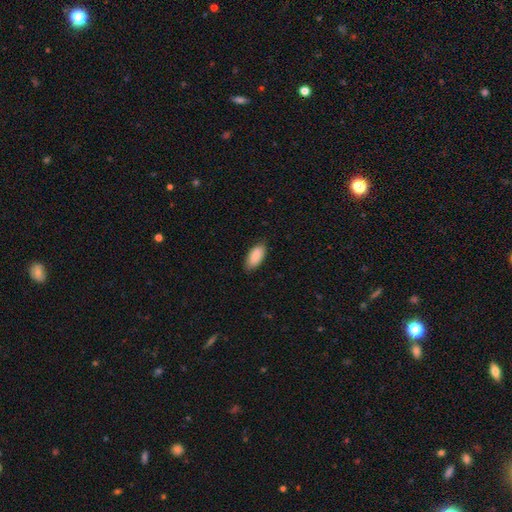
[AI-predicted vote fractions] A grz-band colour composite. It shows a smooth galaxy with no disk features (90%) that is in between round and cigar-shaped (91%). Merging: none (83%).